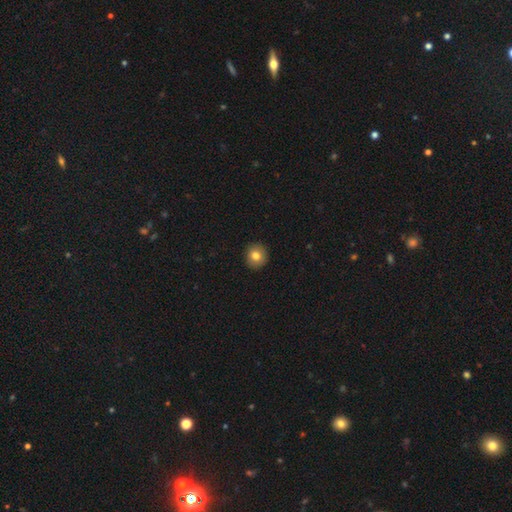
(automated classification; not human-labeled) The model was most divided on "smooth or featured": smooth: 81%, featured or disk: 10%, star or artifact: 9%. More confident: merging — none (92%); how rounded — round (91%).